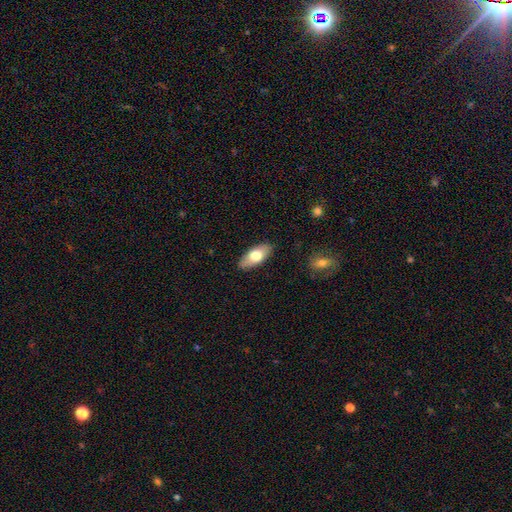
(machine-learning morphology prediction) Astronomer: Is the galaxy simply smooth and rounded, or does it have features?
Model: smooth — 71%.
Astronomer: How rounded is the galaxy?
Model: in between — 87%.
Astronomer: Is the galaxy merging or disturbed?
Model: none — 87%.